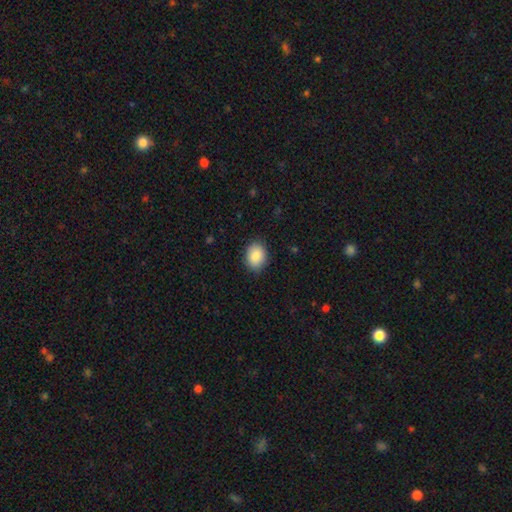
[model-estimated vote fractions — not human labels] Morphology: type=smooth (87%); roundness=in between (60%); merging=none (87%).